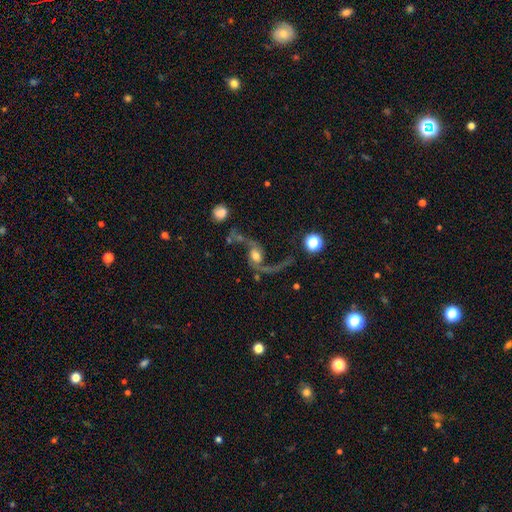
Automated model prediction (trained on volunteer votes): A featured or disk galaxy (86%) with no bar (53%), 2 (92%) loose (89%) spiral arms (95%) and a moderate central bulge (58%). Merging: none (52%).